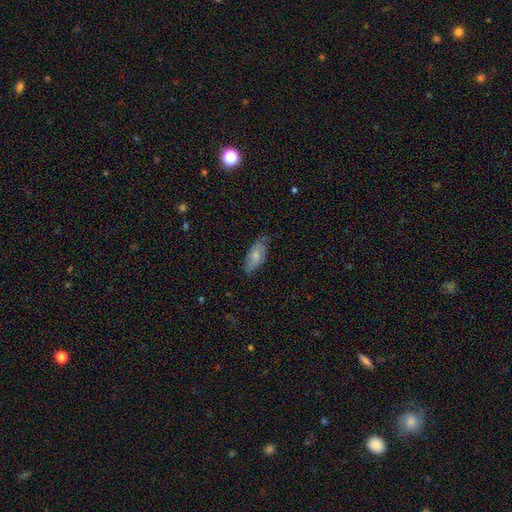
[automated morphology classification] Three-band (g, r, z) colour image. It shows a smooth galaxy with no disk features (62%) that is in between round and cigar-shaped (88%). Merging: none (63%).